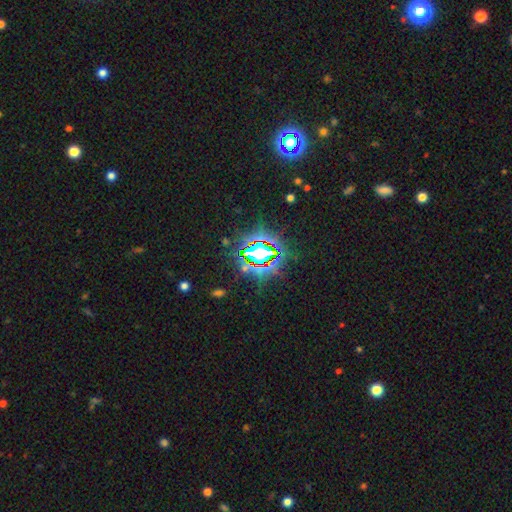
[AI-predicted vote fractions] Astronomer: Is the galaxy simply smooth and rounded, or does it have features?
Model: star or artifact — 81%.